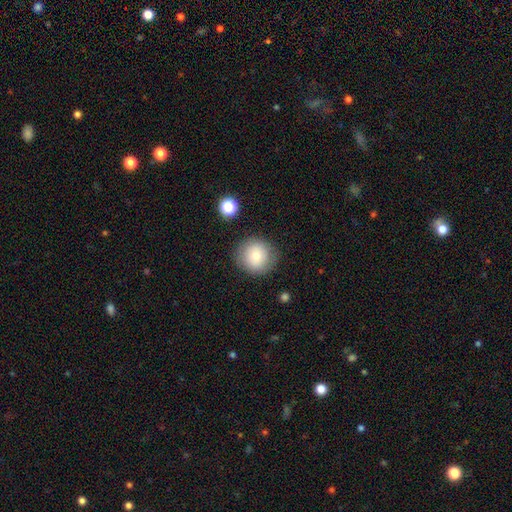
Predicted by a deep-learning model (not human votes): Morphology: type=smooth (75%); roundness=round (93%); merging=none (85%).